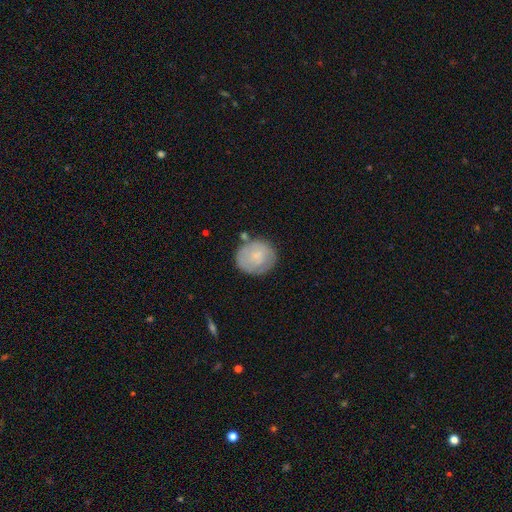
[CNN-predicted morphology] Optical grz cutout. It shows a smooth galaxy with no disk features (65%) that is round (84%). Merging: none (72%).